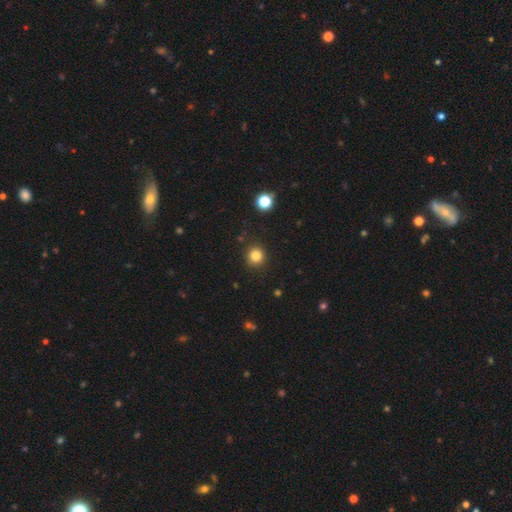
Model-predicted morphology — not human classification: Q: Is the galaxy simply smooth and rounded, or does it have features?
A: smooth — 83%.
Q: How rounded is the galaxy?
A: round — 89%.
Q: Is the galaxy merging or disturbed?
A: none — 88%.